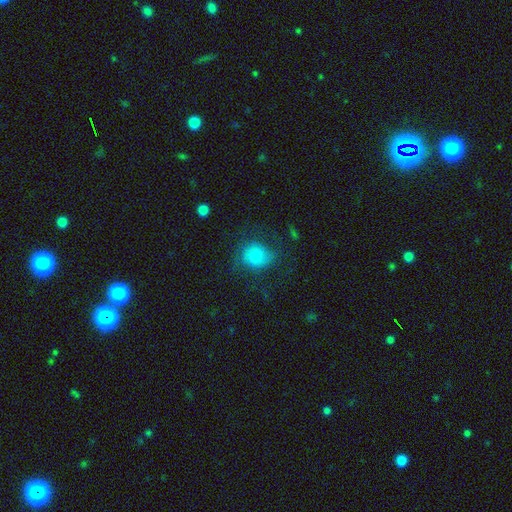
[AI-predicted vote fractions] Smooth or featured? Predicted: smooth (p=0.63). How rounded? Predicted: round (p=0.74). Merging? Predicted: none (p=0.62).